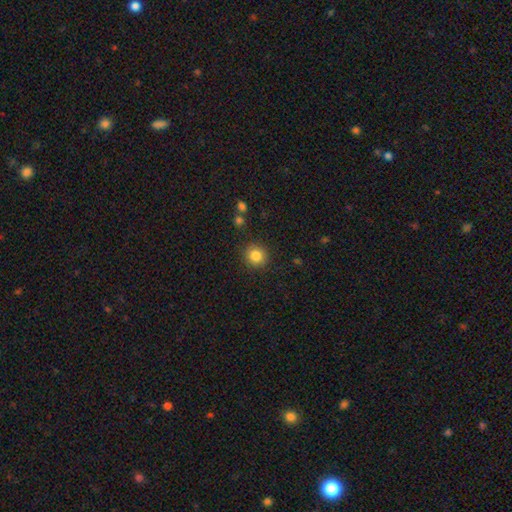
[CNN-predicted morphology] smooth 84%, star or artifact 11%, featured or disk 5%. Down the decision tree: how rounded — round (91%); merging — none (89%).